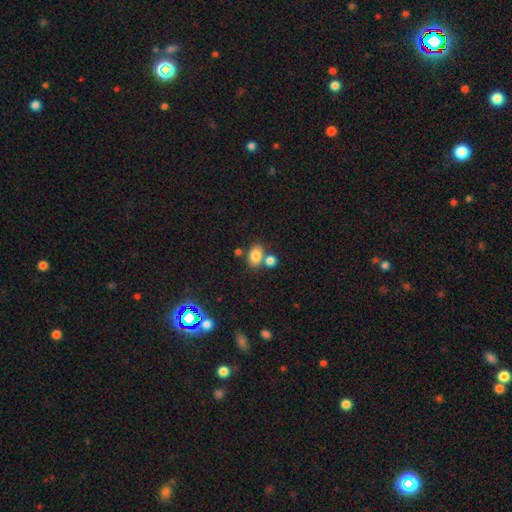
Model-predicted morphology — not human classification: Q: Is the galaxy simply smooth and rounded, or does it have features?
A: smooth — 81%.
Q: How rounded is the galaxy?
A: in between — 68%.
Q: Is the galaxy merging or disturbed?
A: none — 57%.